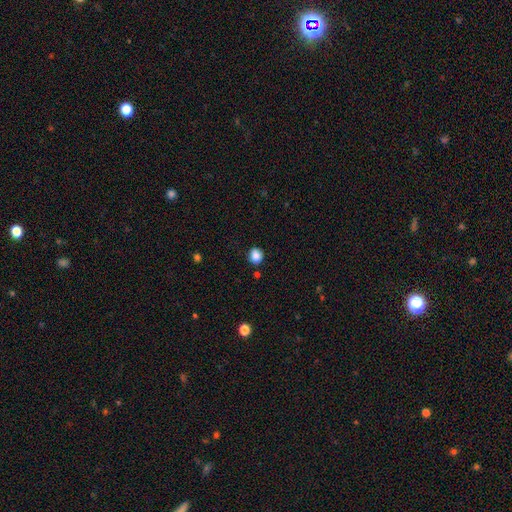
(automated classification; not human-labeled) Smooth or featured?
  - smooth: 86% *
  - star or artifact: 10%
  - featured or disk: 4%
How rounded?
  - round: 80% *
  - in between: 19%
  - cigar-shaped: 1%
Merging?
  - none: 84% *
  - minor disturbance: 11%
  - merger: 3%
  - major disturbance: 3%